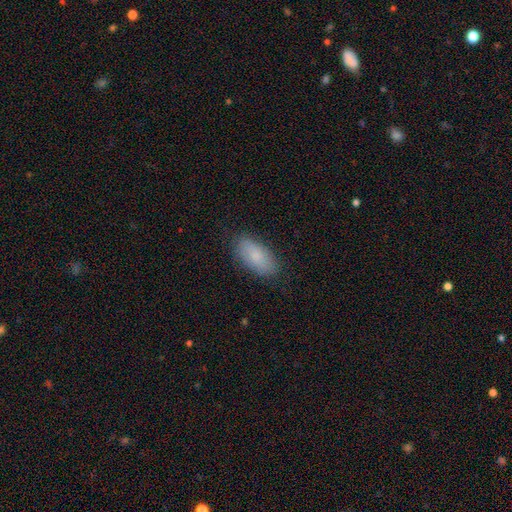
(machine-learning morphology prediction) A smooth galaxy with no disk features (83%) that is in between round and cigar-shaped (92%).

Vote fractions:
- Smooth or featured? smooth: 83% / featured or disk: 10% / star or artifact: 7%
- How rounded? in between: 92% / cigar-shaped: 6% / round: 3%
- Merging? none: 84% / minor disturbance: 12% / major disturbance: 3% / merger: 1%